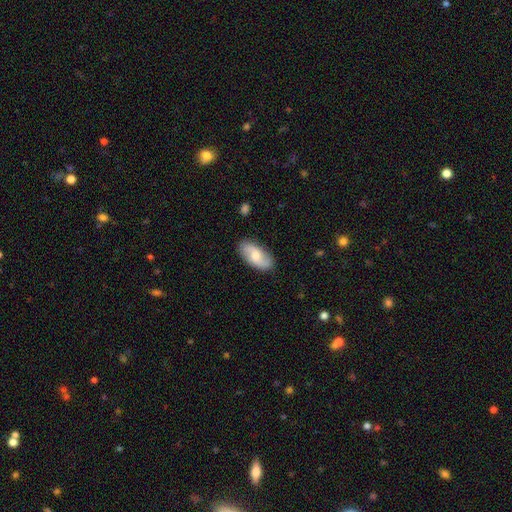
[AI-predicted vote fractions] smooth_or_featured: featured or disk (p=0.51) [alt: smooth p=0.43]
disk_edge_on: no (p=0.94) [alt: yes p=0.06]
merging: none (p=0.84) [alt: minor disturbance p=0.12]